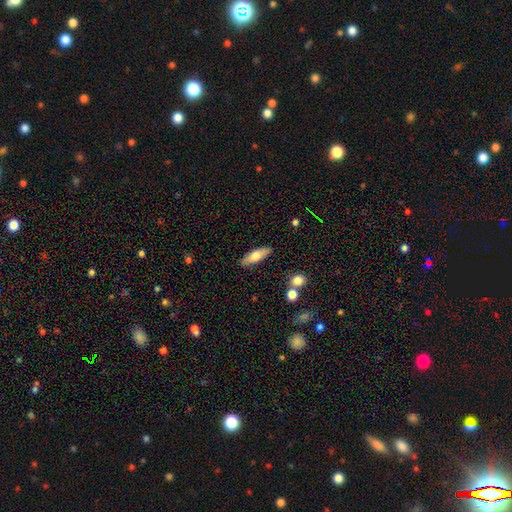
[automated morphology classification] Q: Smooth or featured?
A: smooth (65%); runner-up: featured or disk (28%)
Q: How rounded?
A: in between (51%); runner-up: cigar-shaped (47%)
Q: Merging?
A: none (86%); runner-up: minor disturbance (10%)